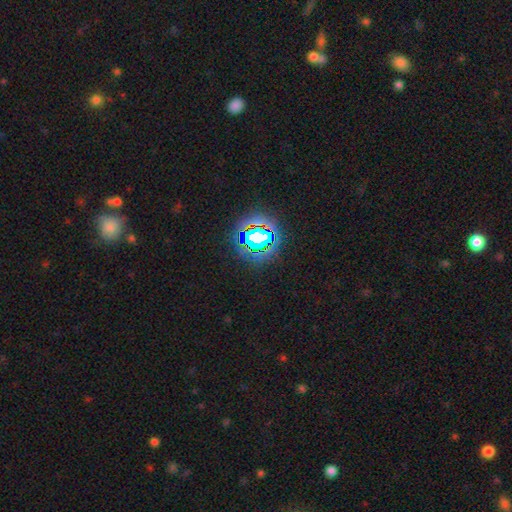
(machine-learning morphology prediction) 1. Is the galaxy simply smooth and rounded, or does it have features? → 81% star or artifact, 12% smooth, 7% featured or disk.